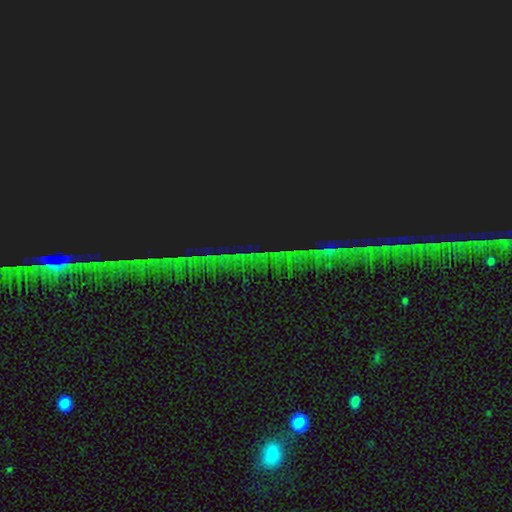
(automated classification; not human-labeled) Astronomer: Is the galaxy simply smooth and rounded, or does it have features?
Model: star or artifact — 86%.